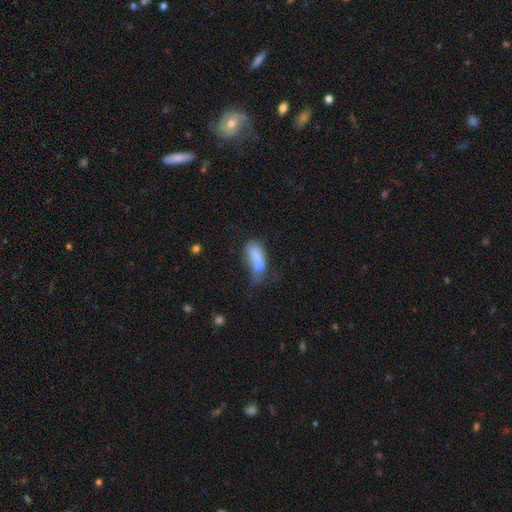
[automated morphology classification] smooth 67%, featured or disk 23%, star or artifact 10%. Down the decision tree: how rounded — in between (77%); merging — merger (47%).